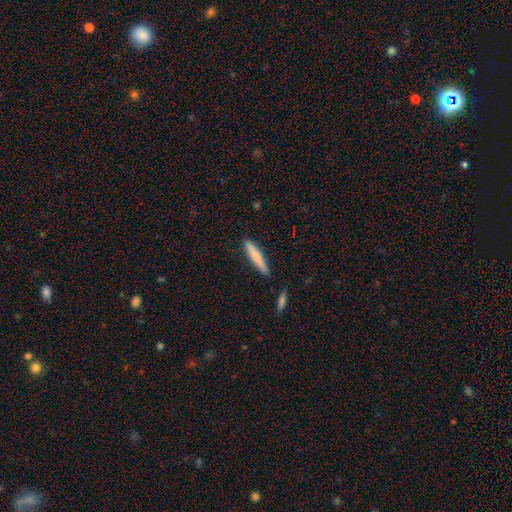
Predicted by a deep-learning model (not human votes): smooth-or-featured: smooth: 73% | featured or disk: 21% | star or artifact: 6%
  how-rounded: cigar-shaped: 92% | in between: 7% | round: 1%
  merging: none: 85% | minor disturbance: 10% | merger: 3% | major disturbance: 2%